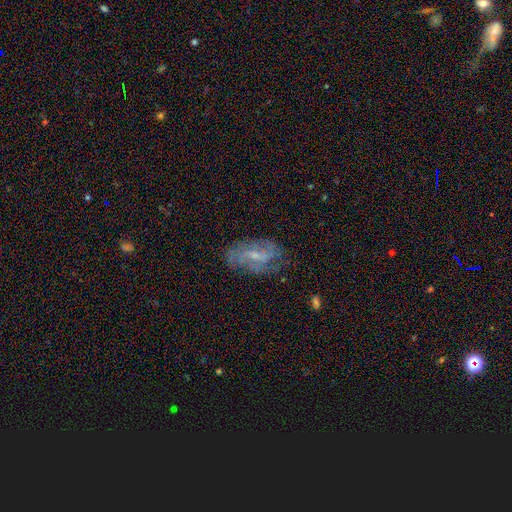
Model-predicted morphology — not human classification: type=featured or disk (68%); edge-on=no (94%); bar=weak (52%); spiral arms=yes (81%); winding=medium (41%); arm count=2 (40%); bulge=small (56%); merging=none (66%).